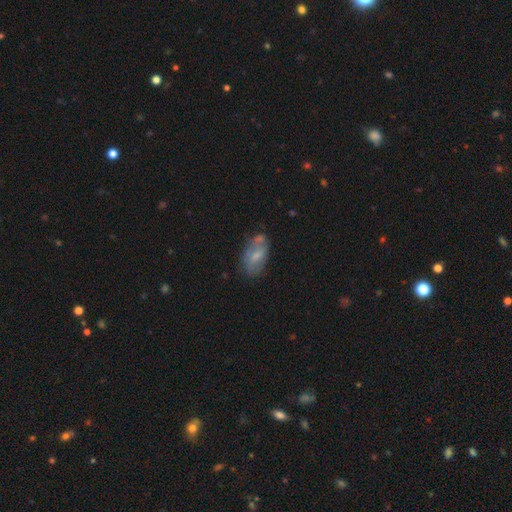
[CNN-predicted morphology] A smooth galaxy with no disk features (54%) that is in between round and cigar-shaped (91%).

Vote fractions:
- Smooth or featured? smooth: 54% / featured or disk: 39% / star or artifact: 7%
- How rounded? in between: 91% / round: 5% / cigar-shaped: 4%
- Merging? none: 53% / minor disturbance: 27% / merger: 10% / major disturbance: 10%